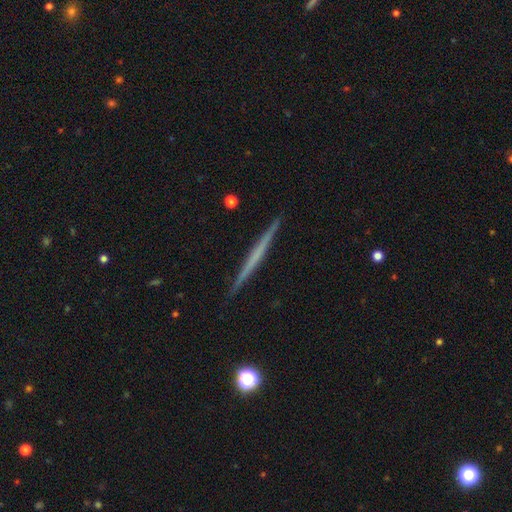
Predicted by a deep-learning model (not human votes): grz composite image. It shows a featured or disk galaxy (59%) viewed edge-on (98%) with no central bulge (89%). Merging: none (92%).